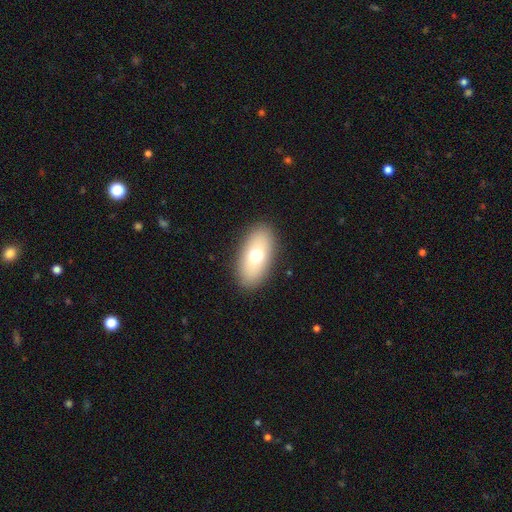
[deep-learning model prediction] smooth-or-featured: smooth: 69% | featured or disk: 22% | star or artifact: 9%
  how-rounded: in between: 90% | round: 6% | cigar-shaped: 4%
  merging: none: 88% | minor disturbance: 8% | major disturbance: 3% | merger: 1%